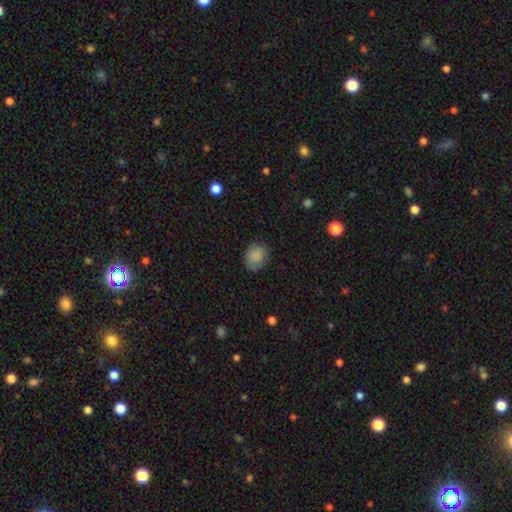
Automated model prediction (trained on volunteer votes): The model was most divided on "how rounded": round: 57%, in between: 43%, cigar-shaped: 1%. More confident: smooth or featured — smooth (86%); merging — none (76%).